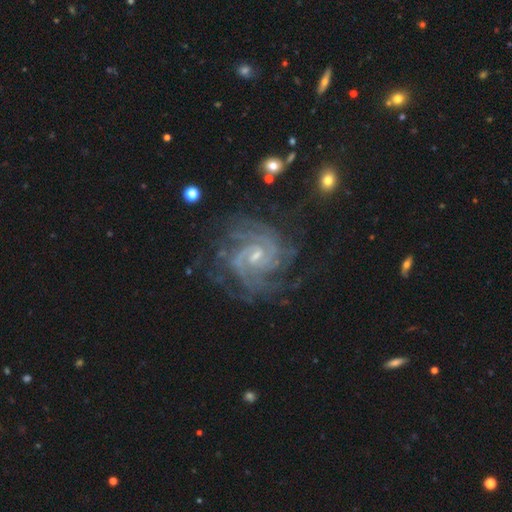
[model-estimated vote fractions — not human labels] A featured or disk galaxy (91%) with a weak bar (53%), 2 (27%) tight (69%) spiral arms (98%) and a small central bulge (68%). Merging: none (73%).